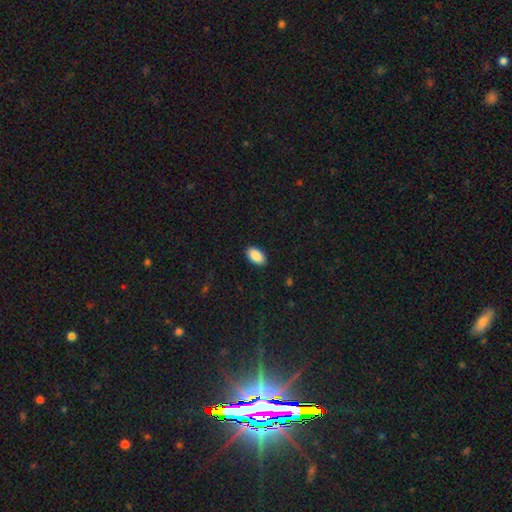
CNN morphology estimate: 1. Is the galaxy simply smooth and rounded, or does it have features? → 90% smooth, 7% star or artifact, 3% featured or disk.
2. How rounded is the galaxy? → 95% in between, 3% round, 2% cigar-shaped.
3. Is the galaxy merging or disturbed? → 90% none, 8% minor disturbance, 2% major disturbance, 1% merger.